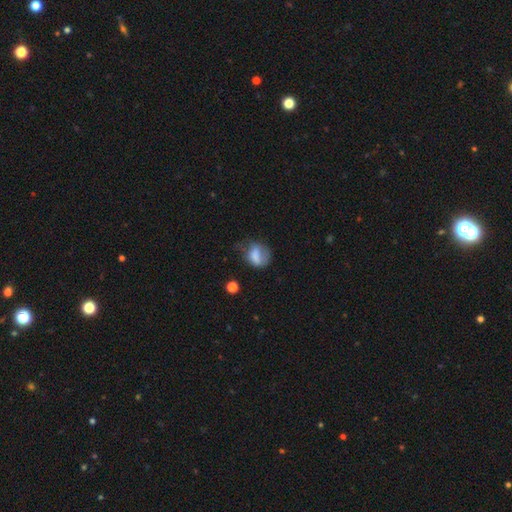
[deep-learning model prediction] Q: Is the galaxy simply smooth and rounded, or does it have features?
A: smooth — 71%.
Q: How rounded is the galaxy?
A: in between — 56%.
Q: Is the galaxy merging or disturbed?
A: none — 38%.